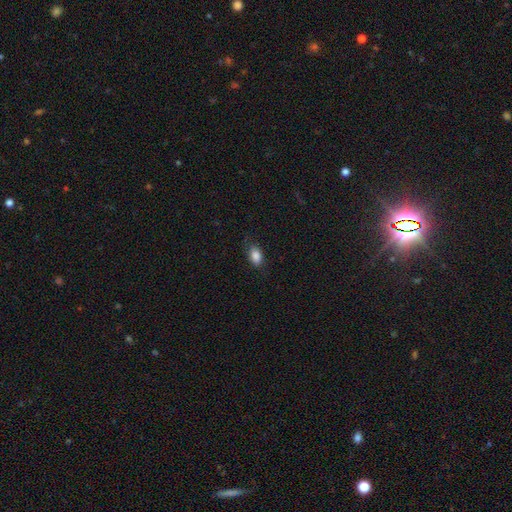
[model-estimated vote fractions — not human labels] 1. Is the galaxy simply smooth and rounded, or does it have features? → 87% smooth, 8% star or artifact, 5% featured or disk.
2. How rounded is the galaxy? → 88% in between, 9% round, 2% cigar-shaped.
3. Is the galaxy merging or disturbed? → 77% none, 18% minor disturbance, 4% major disturbance, 1% merger.